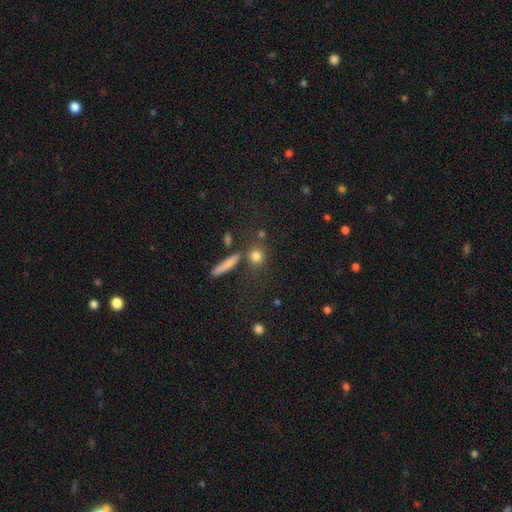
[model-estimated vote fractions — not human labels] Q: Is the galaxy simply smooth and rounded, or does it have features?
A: smooth — 78%.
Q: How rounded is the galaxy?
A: round — 73%.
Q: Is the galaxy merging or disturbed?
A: none — 73%.